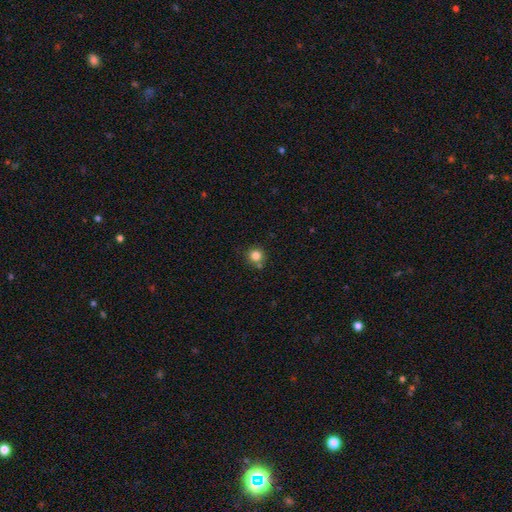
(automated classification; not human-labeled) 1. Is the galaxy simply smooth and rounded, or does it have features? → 82% smooth, 12% star or artifact, 6% featured or disk.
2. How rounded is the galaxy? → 92% round, 7% in between, 1% cigar-shaped.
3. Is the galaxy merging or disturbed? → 73% none, 12% merger, 11% minor disturbance, 3% major disturbance.